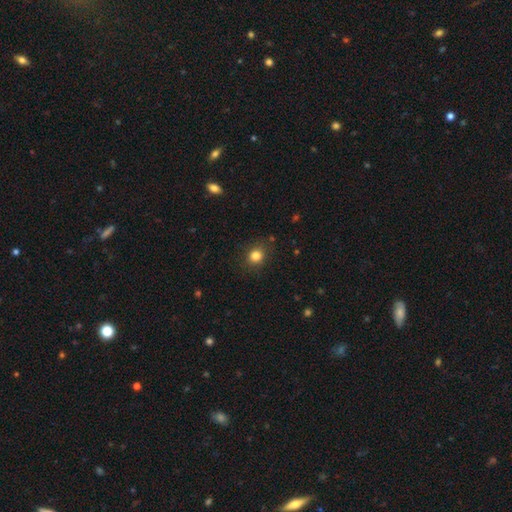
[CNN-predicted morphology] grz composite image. It shows a smooth galaxy with no disk features (83%) that is round (76%). Merging: none (86%).